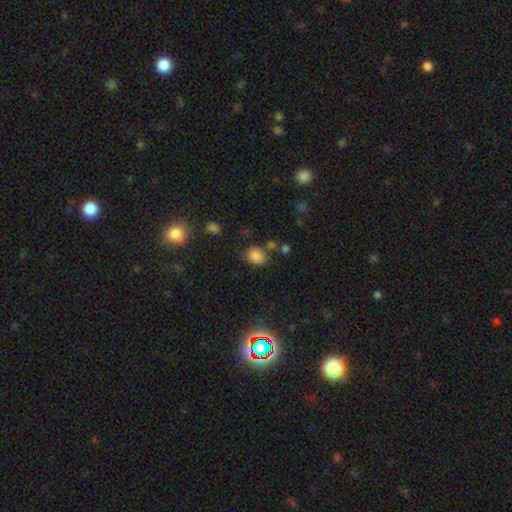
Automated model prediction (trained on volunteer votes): The model was most divided on "how rounded": round: 65%, in between: 34%, cigar-shaped: 1%. More confident: smooth or featured — smooth (80%); merging — none (71%).